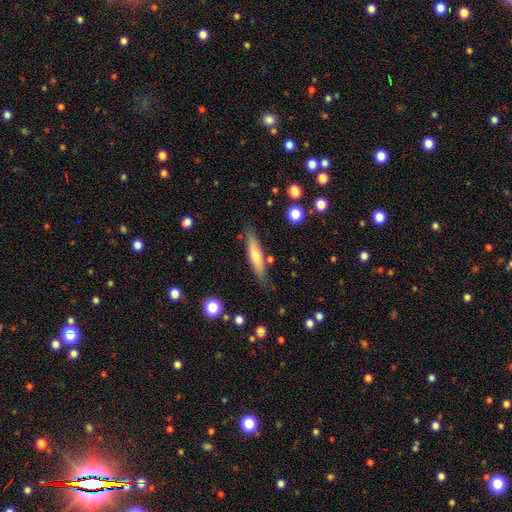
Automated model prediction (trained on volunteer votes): Q: Smooth or featured?
A: smooth (54%); runner-up: featured or disk (40%)
Q: How rounded?
A: cigar-shaped (79%); runner-up: in between (19%)
Q: Merging?
A: none (81%); runner-up: minor disturbance (13%)